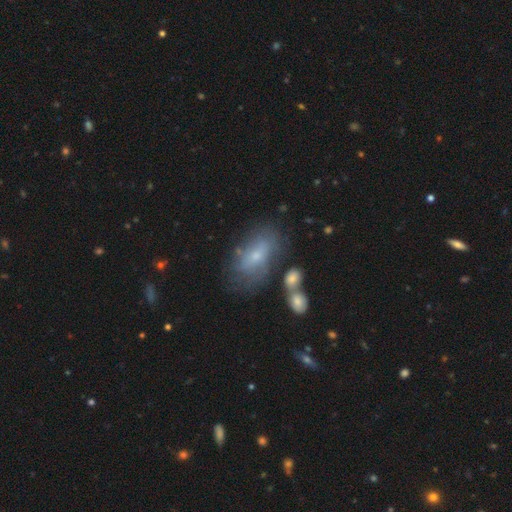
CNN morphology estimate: smooth-or-featured: smooth: 53% | featured or disk: 38% | star or artifact: 9%
  how-rounded: in between: 88% | round: 7% | cigar-shaped: 5%
  merging: none: 52% | minor disturbance: 23% | major disturbance: 13% | merger: 11%